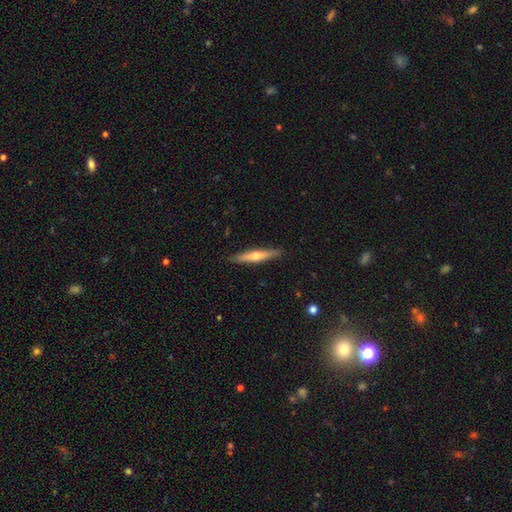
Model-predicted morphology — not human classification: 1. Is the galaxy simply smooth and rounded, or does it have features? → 49% featured or disk, 45% smooth, 6% star or artifact.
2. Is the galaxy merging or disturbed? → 89% none, 8% minor disturbance, 2% major disturbance, 1% merger.